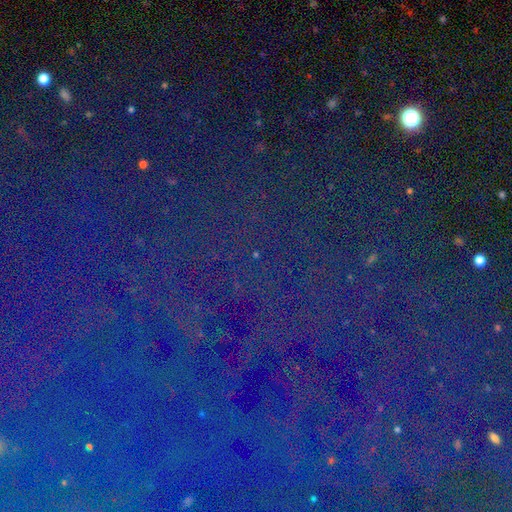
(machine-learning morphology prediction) A star or artifact, not a galaxy (82%).